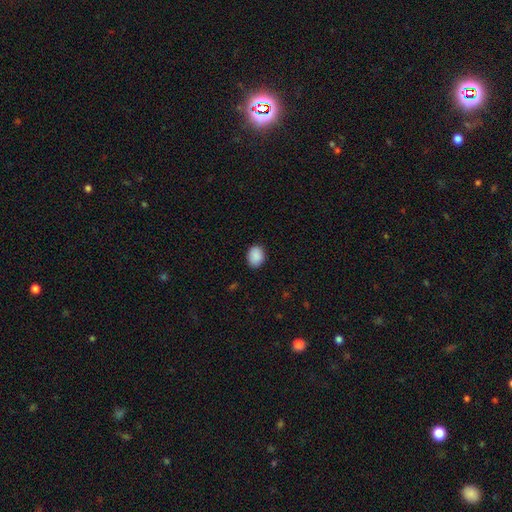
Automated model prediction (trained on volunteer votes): smooth_or_featured: smooth (p=0.90) [alt: star or artifact p=0.08]
how_rounded: in between (p=0.60) [alt: round p=0.40]
merging: none (p=0.87) [alt: minor disturbance p=0.10]